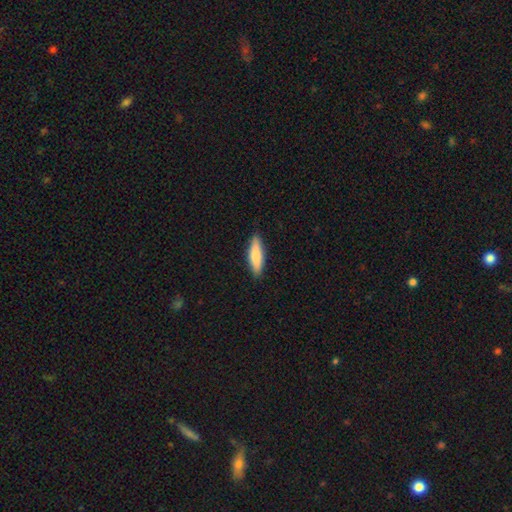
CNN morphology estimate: Smooth or featured?
  - smooth: 78% *
  - featured or disk: 17%
  - star or artifact: 5%
How rounded?
  - cigar-shaped: 64% *
  - in between: 35%
  - round: 2%
Merging?
  - none: 87% *
  - minor disturbance: 10%
  - major disturbance: 2%
  - merger: 1%